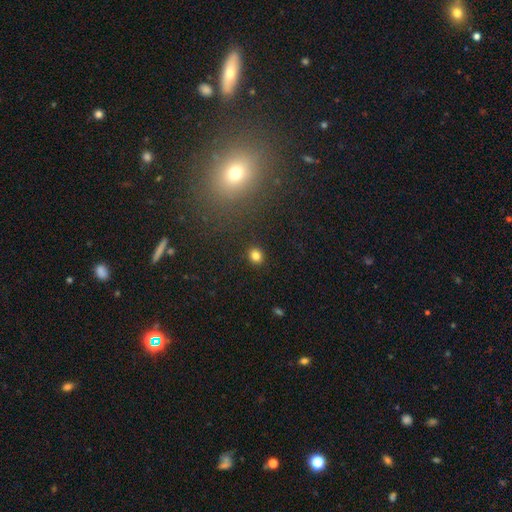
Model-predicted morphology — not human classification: smooth_or_featured: smooth (p=0.82) [alt: star or artifact p=0.13]
how_rounded: round (p=0.74) [alt: in between p=0.25]
merging: none (p=0.90) [alt: minor disturbance p=0.06]